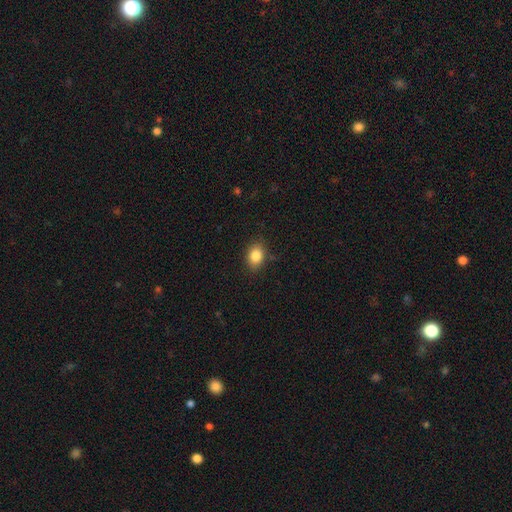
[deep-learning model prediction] Smooth or featured? smooth (84%)
How rounded? in between (72%)
Merging? none (83%)